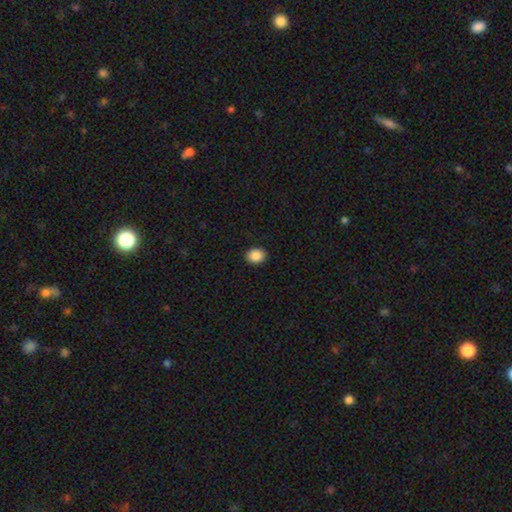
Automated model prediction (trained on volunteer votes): Smooth or featured? smooth (88%)
How rounded? in between (56%)
Merging? none (91%)